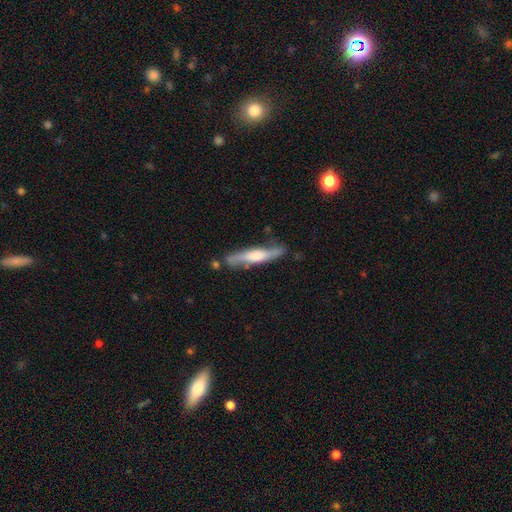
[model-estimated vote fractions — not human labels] A featured or disk galaxy (58%) viewed edge-on (79%). Merging: none (71%).